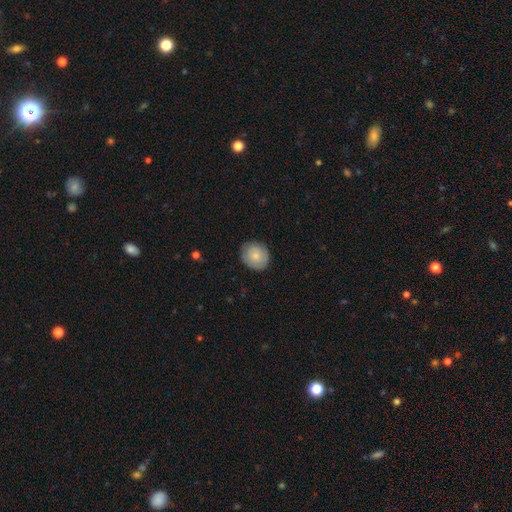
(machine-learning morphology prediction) smooth-or-featured: smooth: 74% | featured or disk: 20% | star or artifact: 7%
  how-rounded: round: 79% | in between: 20% | cigar-shaped: 1%
  merging: none: 84% | minor disturbance: 12% | major disturbance: 2% | merger: 1%